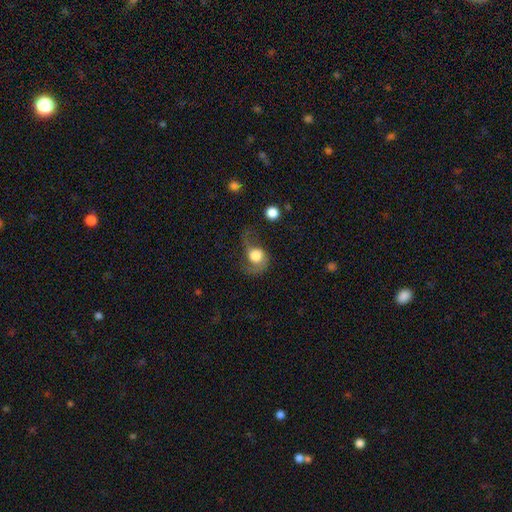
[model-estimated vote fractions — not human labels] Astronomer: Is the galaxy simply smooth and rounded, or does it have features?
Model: smooth — 54% (runner-up: featured or disk, 37%).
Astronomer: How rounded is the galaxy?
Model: round — 68%.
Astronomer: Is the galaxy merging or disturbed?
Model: major disturbance — 45% (runner-up: none, 30%).